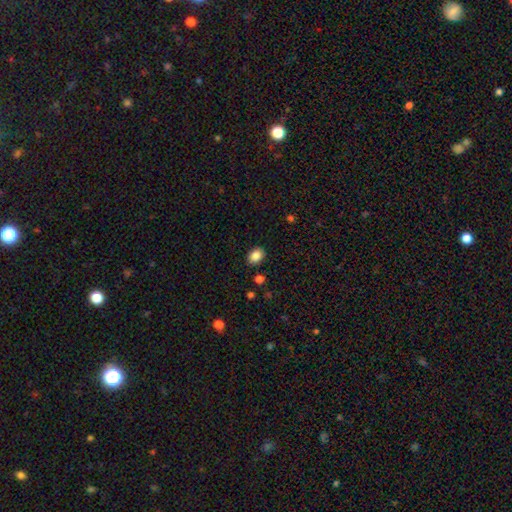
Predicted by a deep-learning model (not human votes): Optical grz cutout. It shows a smooth galaxy with no disk features (86%) that is in between round and cigar-shaped (68%). Merging: none (87%).